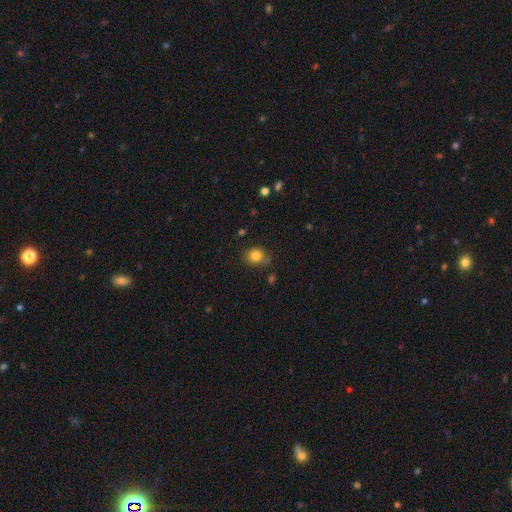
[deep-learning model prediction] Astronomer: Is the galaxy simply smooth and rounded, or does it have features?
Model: smooth — 82%.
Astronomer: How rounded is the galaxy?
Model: round — 66%.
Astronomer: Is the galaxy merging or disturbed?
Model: none — 71%.